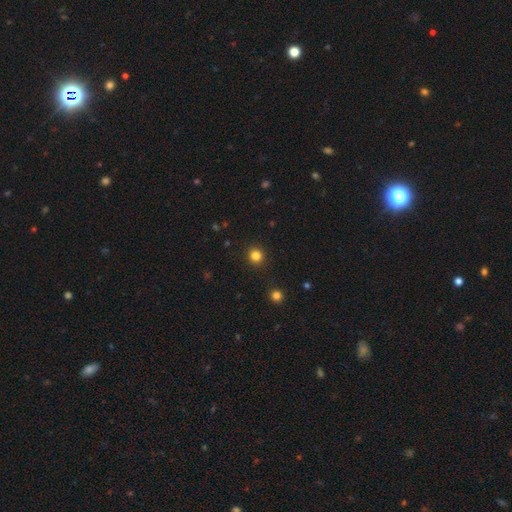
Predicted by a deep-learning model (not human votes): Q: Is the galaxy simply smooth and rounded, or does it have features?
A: smooth — 82%.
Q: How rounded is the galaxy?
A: round — 93%.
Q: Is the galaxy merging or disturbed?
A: none — 92%.